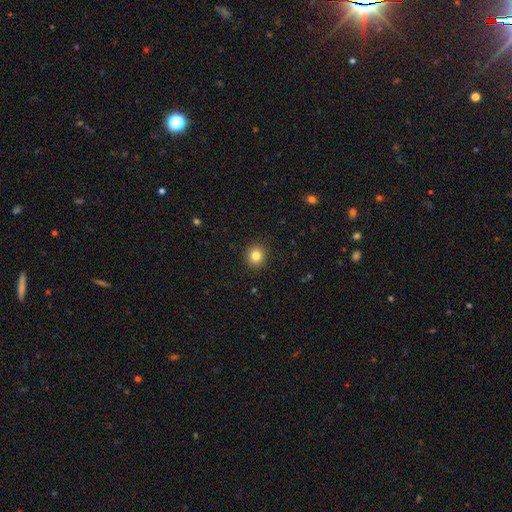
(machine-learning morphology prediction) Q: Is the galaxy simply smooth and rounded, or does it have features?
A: smooth — 83%.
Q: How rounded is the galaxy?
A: round — 90%.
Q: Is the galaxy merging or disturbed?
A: none — 92%.